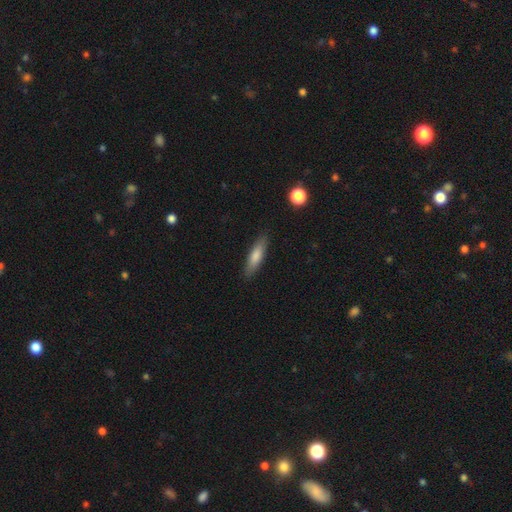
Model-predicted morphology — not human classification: Smooth or featured?
  - smooth: 73% *
  - featured or disk: 20%
  - star or artifact: 6%
How rounded?
  - cigar-shaped: 70% *
  - in between: 28%
  - round: 2%
Merging?
  - none: 87% *
  - minor disturbance: 10%
  - major disturbance: 2%
  - merger: 1%